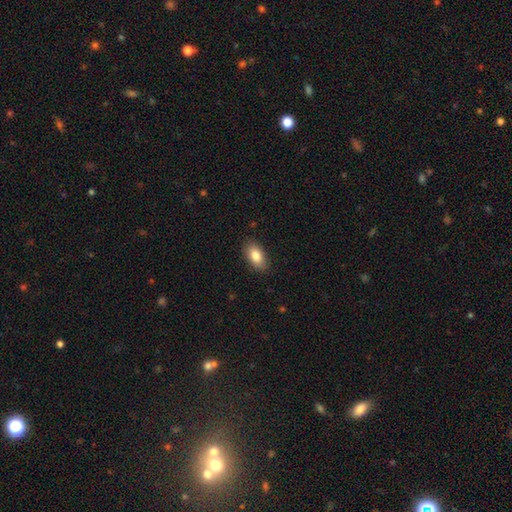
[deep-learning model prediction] Morphology: type=smooth (84%); roundness=in between (92%); merging=none (88%).